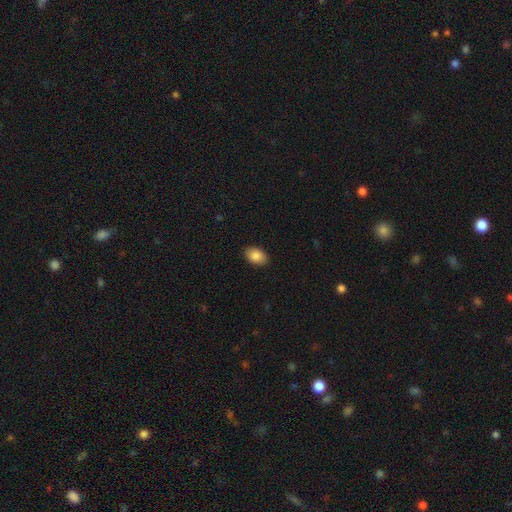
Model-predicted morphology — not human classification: smooth 88%, star or artifact 8%, featured or disk 5%. Down the decision tree: how rounded — in between (85%); merging — none (89%).